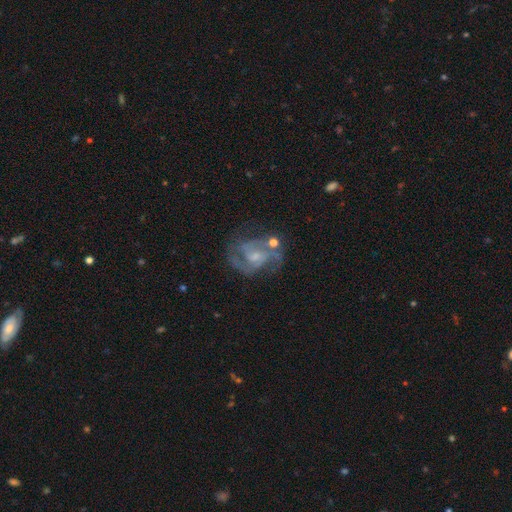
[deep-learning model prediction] smooth-or-featured: featured or disk: 85% | smooth: 8% | star or artifact: 7%
  disk-edge-on: no: 98% | yes: 2%
    bar: weak: 50% | no: 38% | strong: 12%
    has-spiral-arms: yes: 95% | no: 5%
      spiral-winding: medium: 57% | tight: 25% | loose: 18%
      spiral-arm-count: 2: 66% | 3: 16% | can't tell: 10% | 1: 3% | 4: 3% | more than 4: 2%
    bulge-size: small: 53% | moderate: 31% | none: 13% | large: 2% | dominant: 1%
  merging: none: 61% | minor disturbance: 19% | major disturbance: 13% | merger: 7%